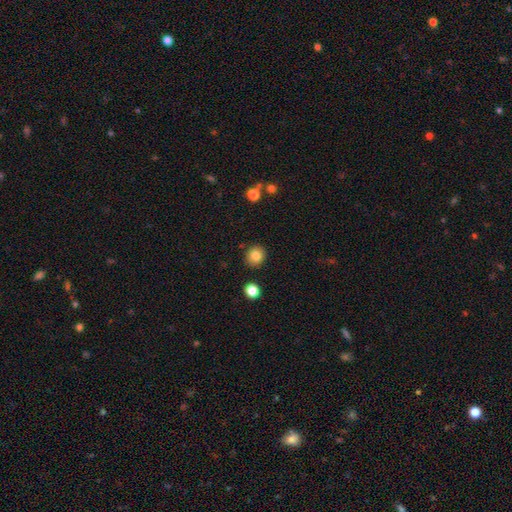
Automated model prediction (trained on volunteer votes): This appears to be a smooth galaxy with no disk features (83%) that is round (84%). Merging: none (89%).